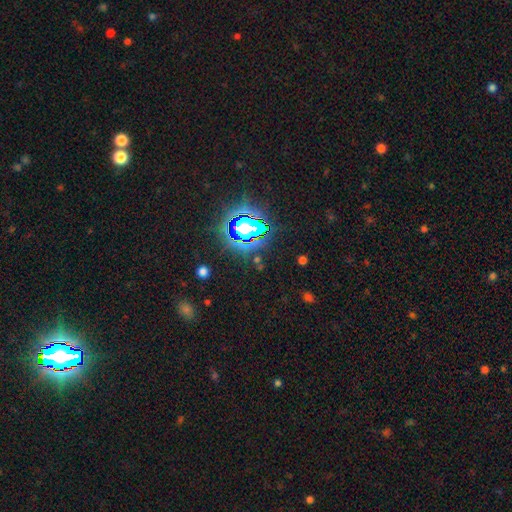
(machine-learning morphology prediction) A star or artifact, not a galaxy (73%).